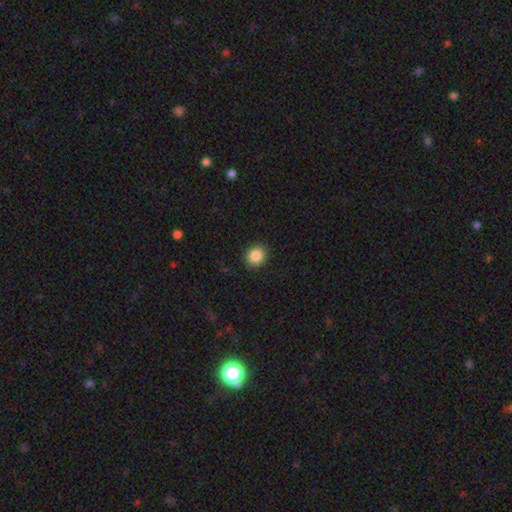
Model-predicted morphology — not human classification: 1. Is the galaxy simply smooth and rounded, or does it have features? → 87% smooth, 9% star or artifact, 4% featured or disk.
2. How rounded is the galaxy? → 73% round, 26% in between, 1% cigar-shaped.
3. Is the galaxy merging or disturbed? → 89% none, 8% minor disturbance, 2% major disturbance, 1% merger.